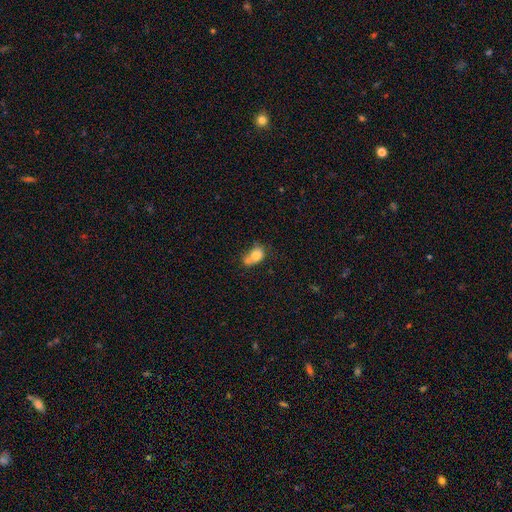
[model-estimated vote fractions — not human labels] Smooth or featured: smooth — 76% (featured or disk — 15%)
How rounded: in between — 62% (round — 37%)
Merging: merger — 43% (none — 32%)